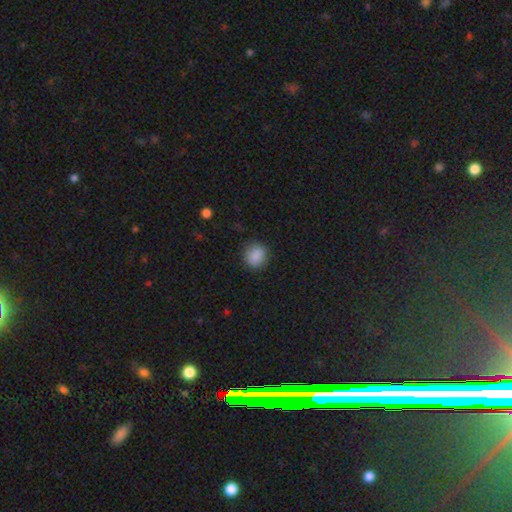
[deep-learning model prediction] smooth_or_featured: smooth (p=0.87) [alt: star or artifact p=0.09]
how_rounded: round (p=0.78) [alt: in between p=0.21]
merging: none (p=0.86) [alt: minor disturbance p=0.10]